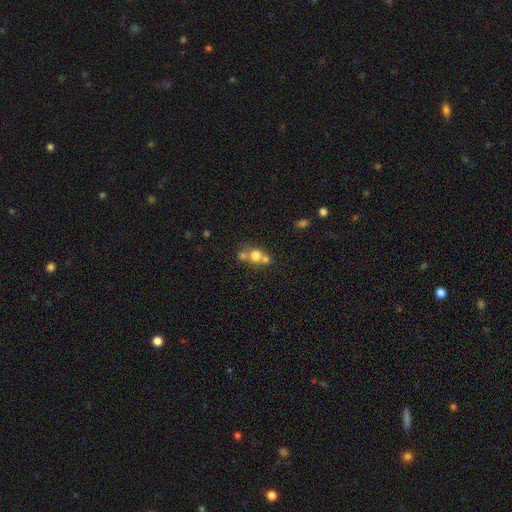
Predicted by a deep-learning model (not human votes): The model was most divided on "merging": merger: 51%, none: 38%, minor disturbance: 7%, major disturbance: 4%. More confident: how rounded — round (80%); smooth or featured — smooth (68%).